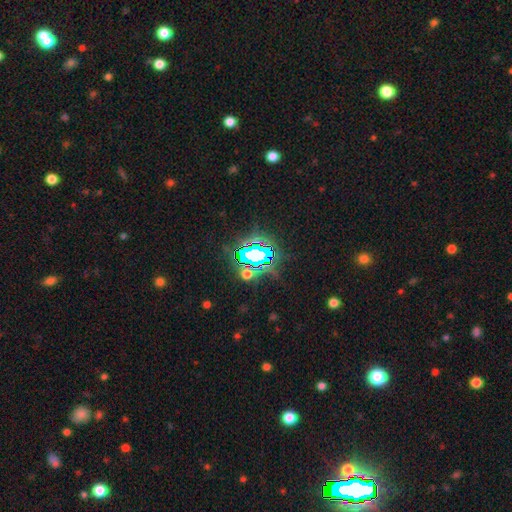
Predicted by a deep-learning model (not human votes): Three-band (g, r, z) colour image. It shows a star or artifact, not a galaxy (74%).